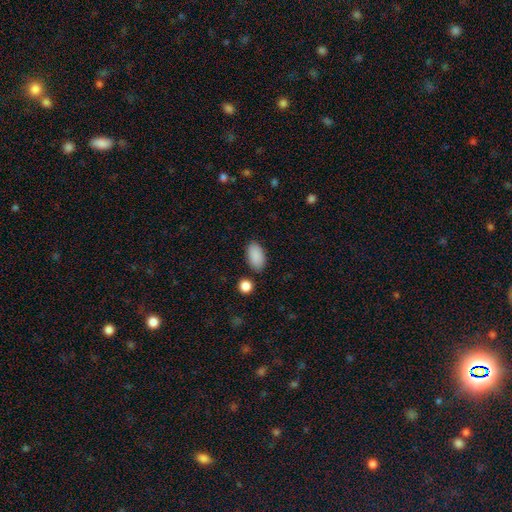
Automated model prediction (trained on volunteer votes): A smooth galaxy with no disk features (90%) that is in between round and cigar-shaped (94%). Merging: none (85%).